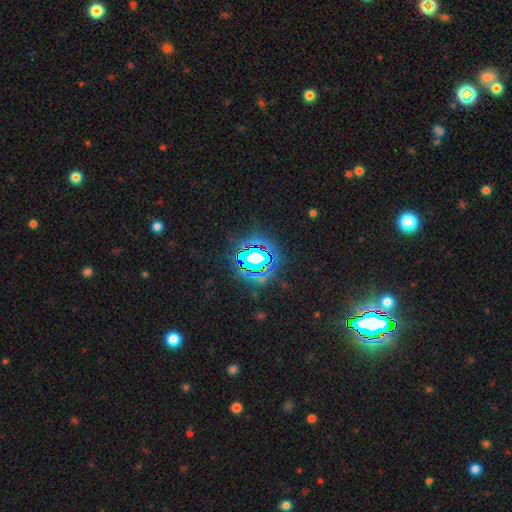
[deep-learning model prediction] smooth_or_featured: star or artifact (p=0.72) [alt: smooth p=0.16]